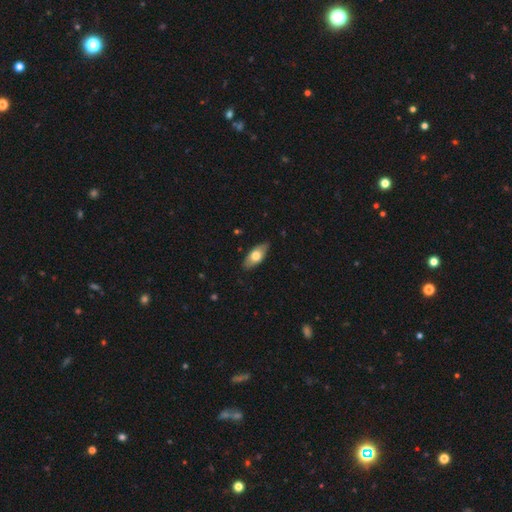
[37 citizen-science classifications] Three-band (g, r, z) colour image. It shows a smooth galaxy with no disk features (70%) that is in between round and cigar-shaped (88%). Merging: none (78%).